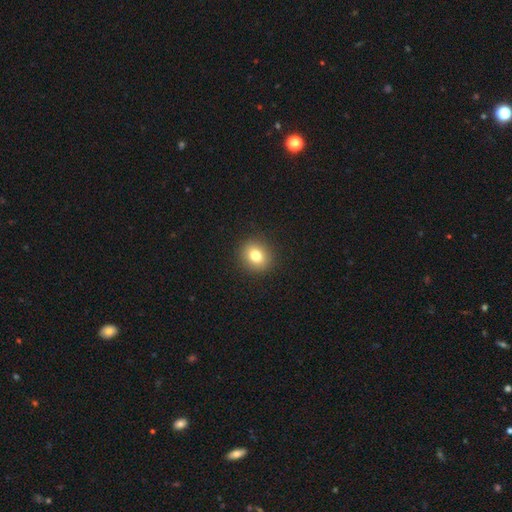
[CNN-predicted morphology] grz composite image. It shows a smooth galaxy with no disk features (79%) that is round (81%). Merging: none (91%).